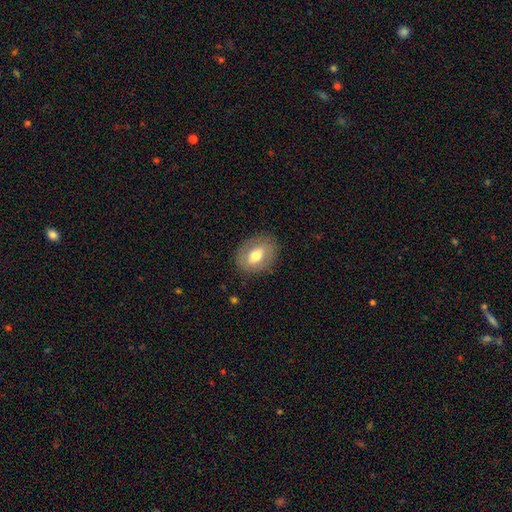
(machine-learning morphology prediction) A smooth galaxy with no disk features (61%) that is in between round and cigar-shaped (70%).

Vote fractions:
- Smooth or featured? smooth: 61% / featured or disk: 32% / star or artifact: 8%
- How rounded? in between: 70% / round: 29% / cigar-shaped: 1%
- Merging? none: 82% / minor disturbance: 12% / major disturbance: 4% / merger: 1%